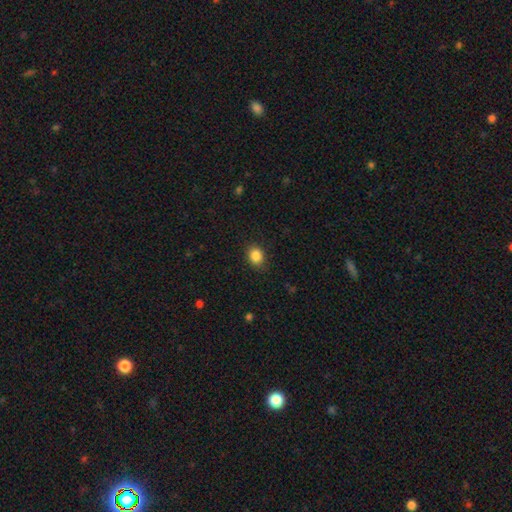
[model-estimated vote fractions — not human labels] Smooth or featured?
  - smooth: 86% *
  - star or artifact: 10%
  - featured or disk: 4%
How rounded?
  - round: 55% *
  - in between: 44%
  - cigar-shaped: 1%
Merging?
  - none: 86% *
  - minor disturbance: 10%
  - major disturbance: 3%
  - merger: 1%